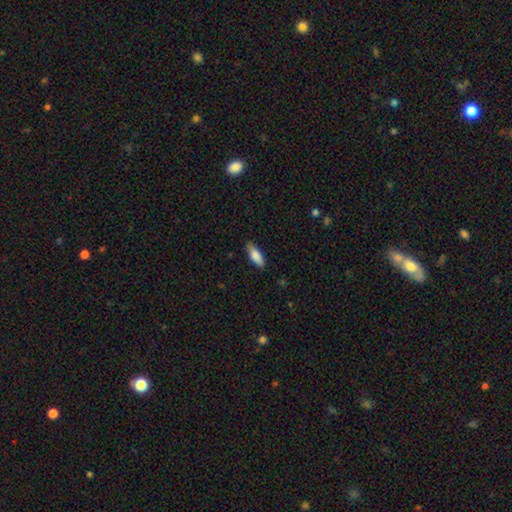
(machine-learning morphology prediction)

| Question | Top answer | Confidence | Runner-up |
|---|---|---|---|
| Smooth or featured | smooth | 83% | featured or disk (11%) |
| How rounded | in between | 67% | cigar-shaped (31%) |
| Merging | none | 83% | minor disturbance (13%) |